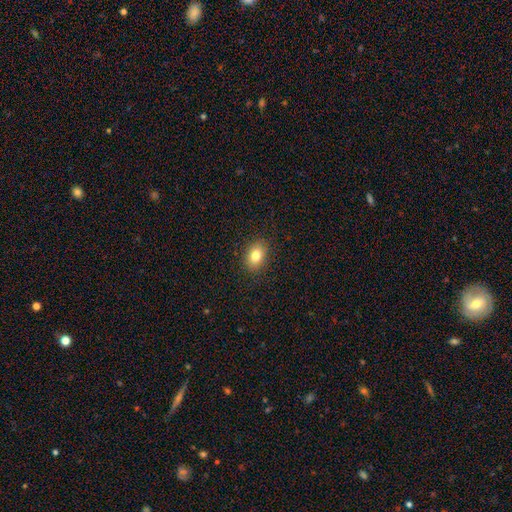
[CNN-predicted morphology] A smooth galaxy with no disk features (81%) that is in between round and cigar-shaped (67%). Merging: none (88%).